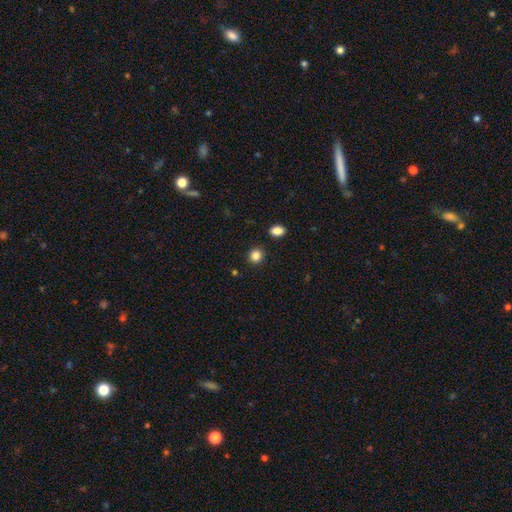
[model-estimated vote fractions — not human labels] smooth 85%, star or artifact 11%, featured or disk 4%. Down the decision tree: how rounded — round (84%); merging — none (90%).